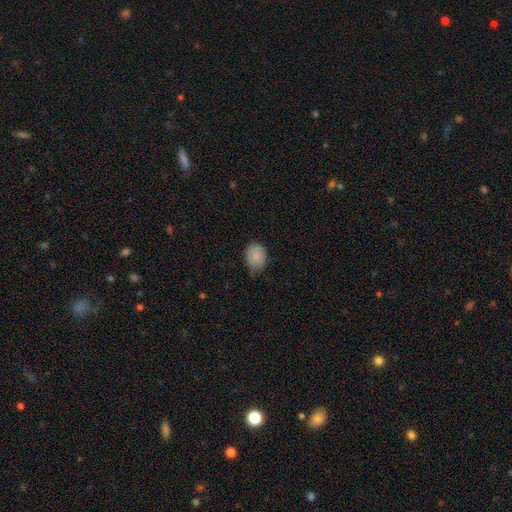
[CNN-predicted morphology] A smooth galaxy with no disk features (85%) that is in between round and cigar-shaped (58%).

Vote fractions:
- Smooth or featured? smooth: 85% / star or artifact: 8% / featured or disk: 7%
- How rounded? in between: 58% / round: 41% / cigar-shaped: 1%
- Merging? none: 60% / minor disturbance: 34% / major disturbance: 5% / merger: 1%